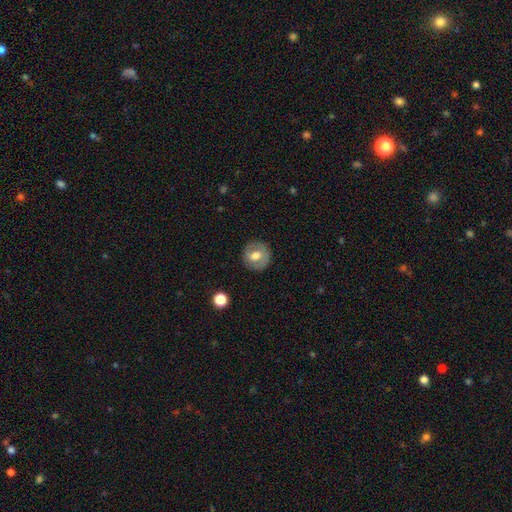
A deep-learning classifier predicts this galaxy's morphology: This is possibly a smooth galaxy (52%). How rounded: clearly round (88%). Merging: clearly none (86%).